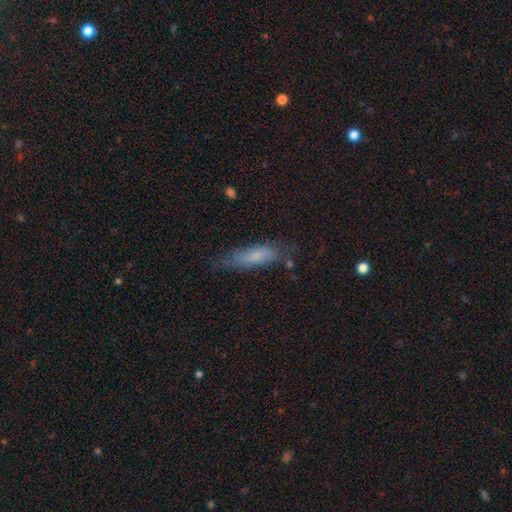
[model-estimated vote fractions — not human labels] Smooth or featured? Predicted: smooth (p=0.68). How rounded? Predicted: cigar-shaped (p=0.63). Merging? Predicted: none (p=0.70).